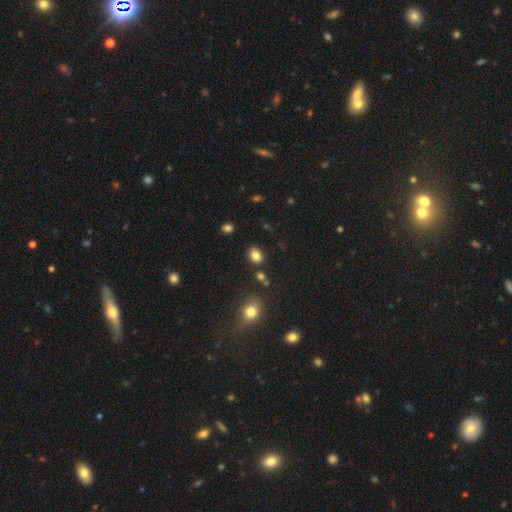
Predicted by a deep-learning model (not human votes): Smooth or featured? smooth (81%)
How rounded? in between (60%)
Merging? none (76%)